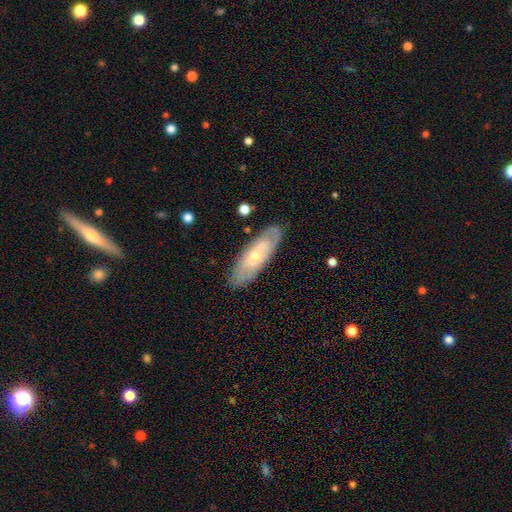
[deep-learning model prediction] Morphology: type=featured or disk (55%); edge-on=no (77%); merging=none (82%).